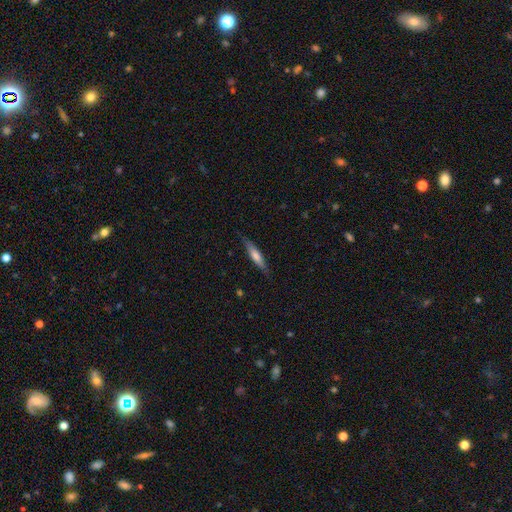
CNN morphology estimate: smooth_or_featured: smooth (p=0.55) [alt: featured or disk p=0.40]
how_rounded: cigar-shaped (p=0.87) [alt: in between p=0.11]
merging: none (p=0.83) [alt: minor disturbance p=0.13]